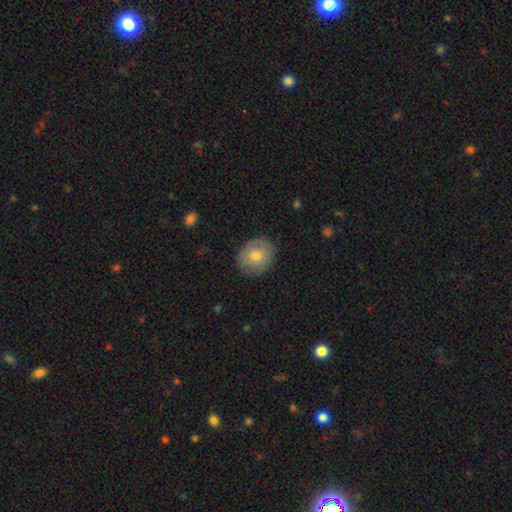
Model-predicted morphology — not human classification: smooth 74%, featured or disk 19%, star or artifact 7%. Down the decision tree: how rounded — round (65%); merging — none (84%).